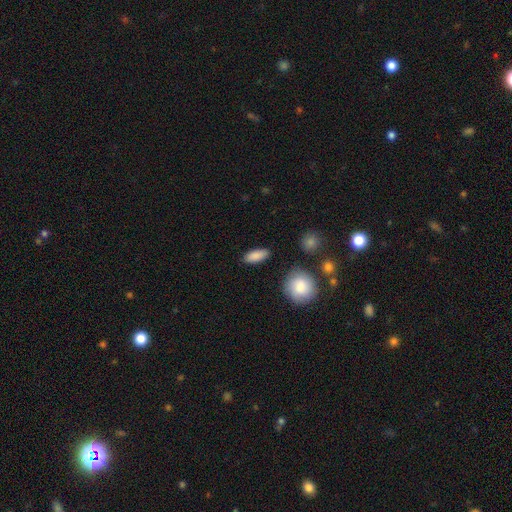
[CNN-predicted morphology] smooth 88%, star or artifact 7%, featured or disk 6%. Down the decision tree: how rounded — in between (79%); merging — none (87%).